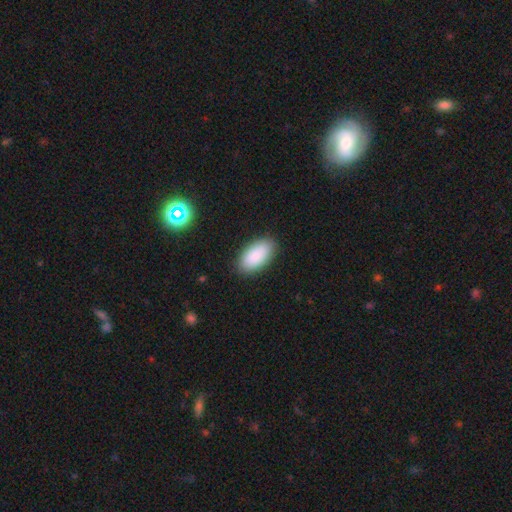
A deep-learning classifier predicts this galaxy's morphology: Smooth or featured?
  - smooth: 89% *
  - star or artifact: 6%
  - featured or disk: 5%
How rounded?
  - in between: 95% *
  - cigar-shaped: 3%
  - round: 2%
Merging?
  - none: 87% *
  - minor disturbance: 9%
  - major disturbance: 2%
  - merger: 1%